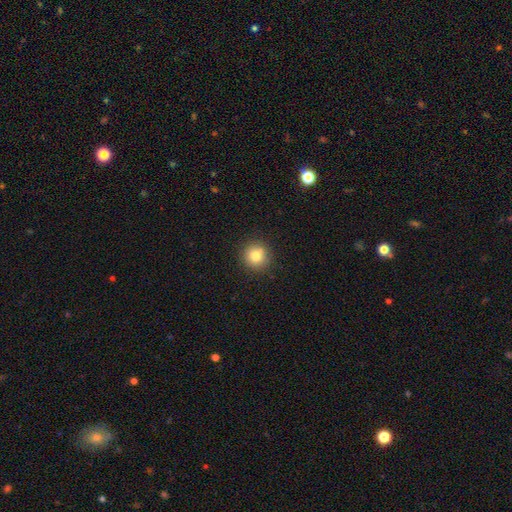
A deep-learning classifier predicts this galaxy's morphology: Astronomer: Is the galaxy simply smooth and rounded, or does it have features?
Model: smooth — 81%.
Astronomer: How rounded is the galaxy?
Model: round — 93%.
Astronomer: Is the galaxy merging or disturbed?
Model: none — 84%.